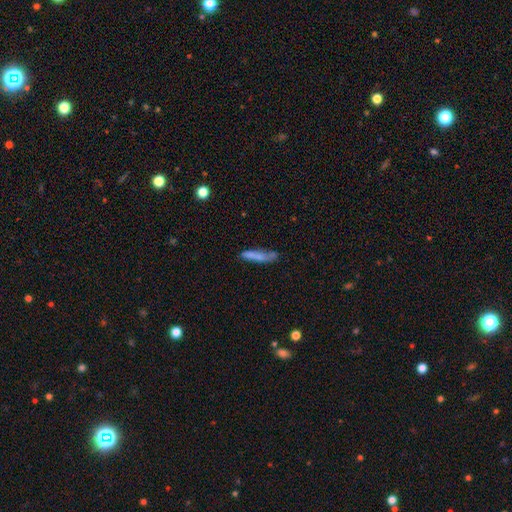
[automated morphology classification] The model was most divided on "merging": none: 58%, minor disturbance: 25%, major disturbance: 9%, merger: 8%. More confident: how rounded — cigar-shaped (80%); smooth or featured — smooth (70%).